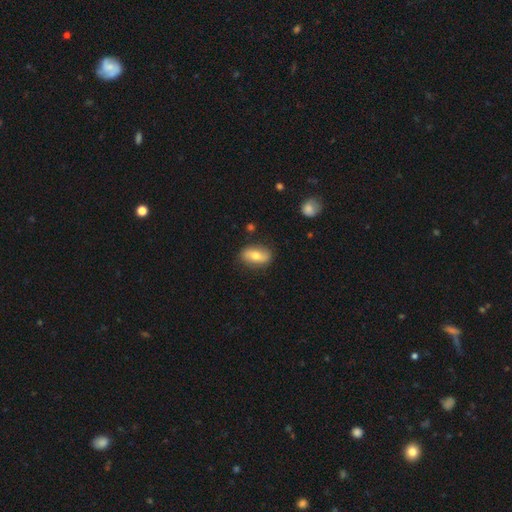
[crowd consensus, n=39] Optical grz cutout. It shows a smooth galaxy with no disk features (54%) that is in between round and cigar-shaped (90%). Merging: none (87%).